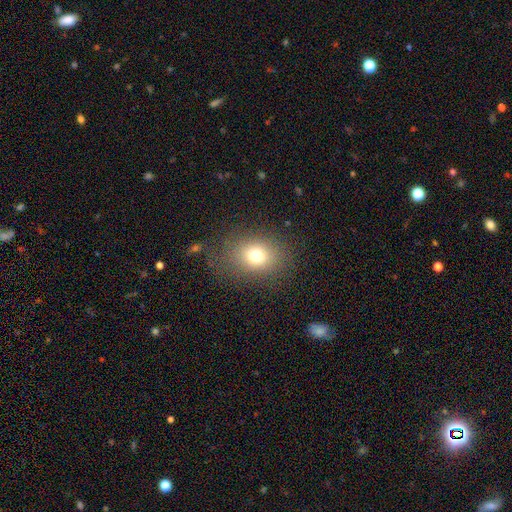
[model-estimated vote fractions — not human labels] Smooth or featured: smooth — 73% (star or artifact — 16%)
How rounded: round — 50% (in between — 49%)
Merging: none — 79% (minor disturbance — 12%)